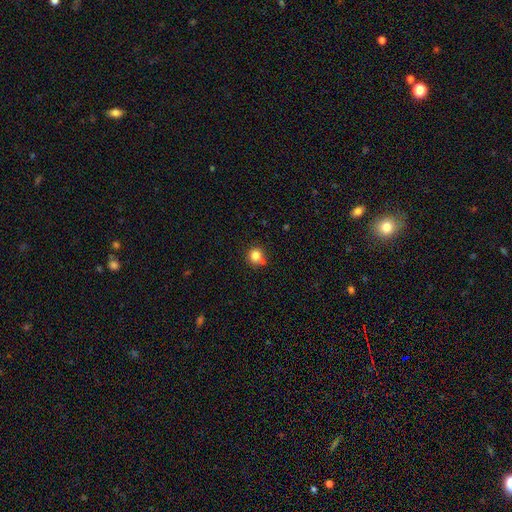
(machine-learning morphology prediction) type=smooth (82%); roundness=round (89%); merging=none (69%).